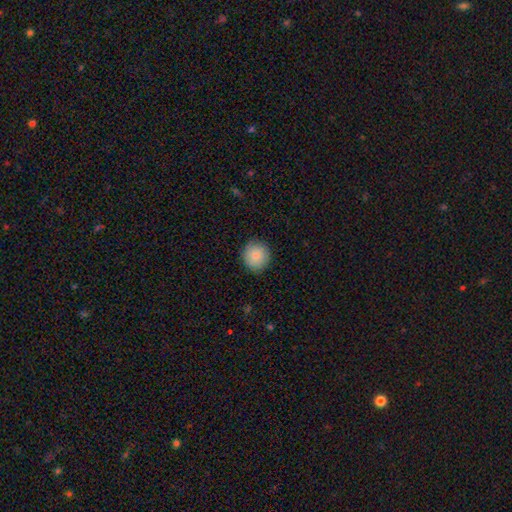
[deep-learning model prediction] Smooth or featured?
  - smooth: 86% *
  - star or artifact: 7%
  - featured or disk: 6%
How rounded?
  - round: 91% *
  - in between: 8%
  - cigar-shaped: 1%
Merging?
  - none: 89% *
  - minor disturbance: 8%
  - major disturbance: 2%
  - merger: 1%